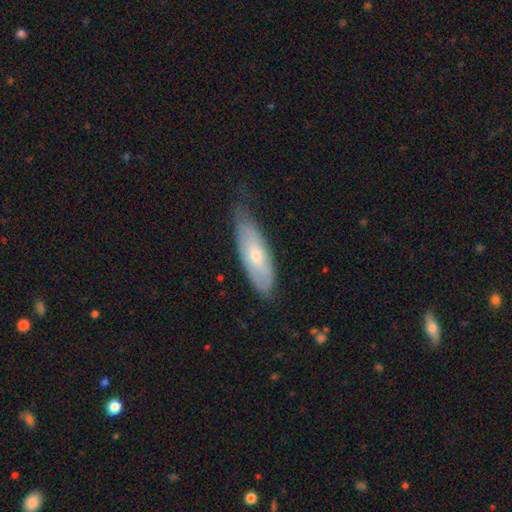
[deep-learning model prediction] smooth 52%, featured or disk 42%, star or artifact 6%. Down the decision tree: how rounded — in between (61%); merging — none (54%).